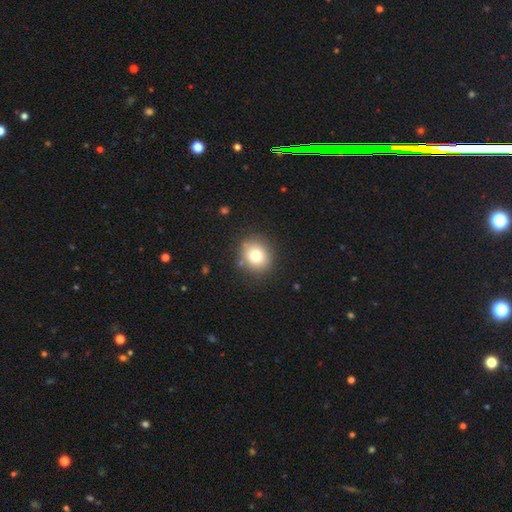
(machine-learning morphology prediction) A smooth galaxy with no disk features (76%) that is round (75%).

Vote fractions:
- Smooth or featured? smooth: 76% / star or artifact: 12% / featured or disk: 12%
- How rounded? round: 75% / in between: 24% / cigar-shaped: 1%
- Merging? none: 85% / minor disturbance: 9% / major disturbance: 3% / merger: 2%